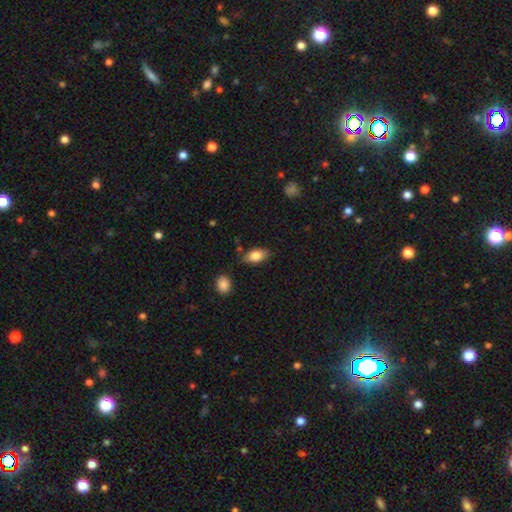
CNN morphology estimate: This is likely a smooth galaxy (79%). How rounded: clearly in between (87%). Merging: likely none (78%).